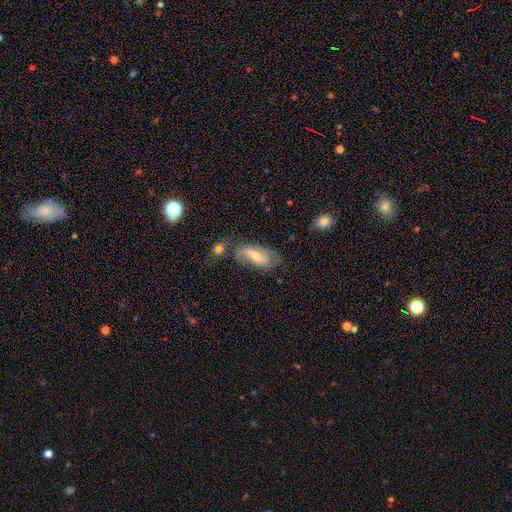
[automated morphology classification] Smooth or featured?
  - featured or disk: 60% *
  - smooth: 31%
  - star or artifact: 8%
Edge-on disk?
  - no: 89% *
  - yes: 11%
Bar?
  - weak: 39% *
  - no: 32%
  - strong: 28%
Spiral arms?
  - yes: 83% *
  - no: 17%
Bulge size?
  - moderate: 48% *
  - small: 45%
  - large: 4%
  - none: 3%
  - dominant: 1%
Merging?
  - none: 57% *
  - minor disturbance: 24%
  - major disturbance: 12%
  - merger: 7%